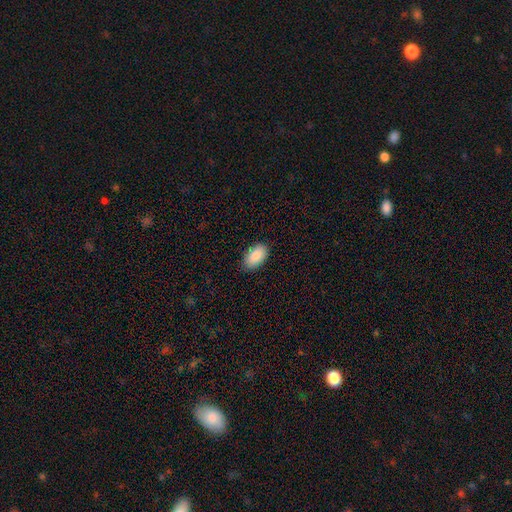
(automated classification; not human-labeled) Q: Smooth or featured?
A: smooth (89%); runner-up: star or artifact (6%)
Q: How rounded?
A: in between (95%); runner-up: round (4%)
Q: Merging?
A: none (85%); runner-up: minor disturbance (11%)